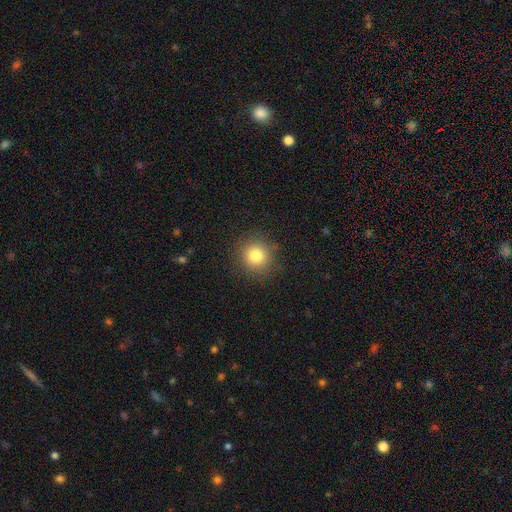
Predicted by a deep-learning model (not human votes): This is clearly a smooth galaxy (81%). How rounded: clearly round (92%). Merging: clearly none (88%).